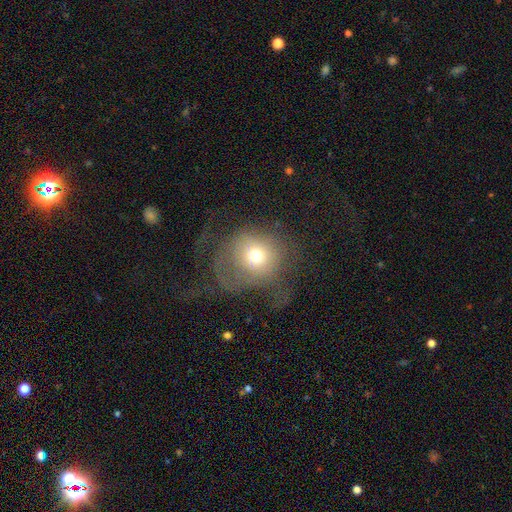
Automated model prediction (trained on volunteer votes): Smooth or featured? smooth (58%)
How rounded? round (82%)
Merging? major disturbance (49%)